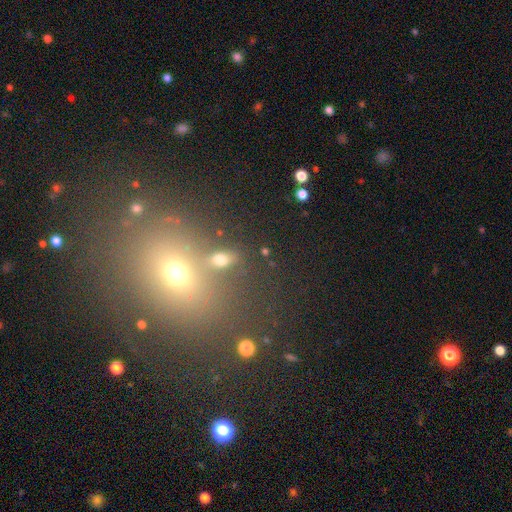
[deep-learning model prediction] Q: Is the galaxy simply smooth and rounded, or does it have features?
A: smooth — 51%.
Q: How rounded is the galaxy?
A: in between — 51%.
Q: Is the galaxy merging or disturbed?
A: none — 76%.